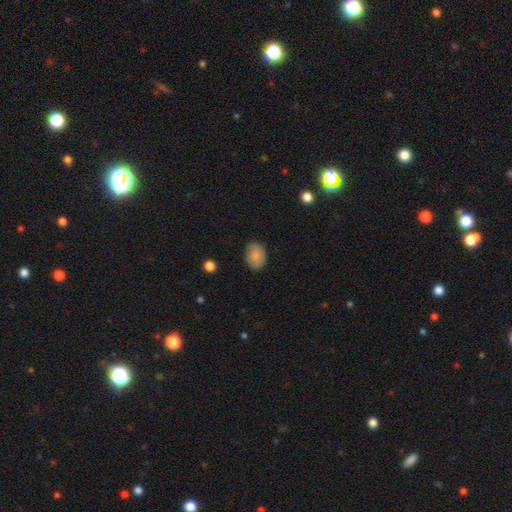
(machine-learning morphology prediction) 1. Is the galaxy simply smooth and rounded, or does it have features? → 85% smooth, 8% featured or disk, 7% star or artifact.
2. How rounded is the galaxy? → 76% in between, 23% round, 1% cigar-shaped.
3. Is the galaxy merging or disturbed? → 82% none, 14% minor disturbance, 3% major disturbance, 1% merger.